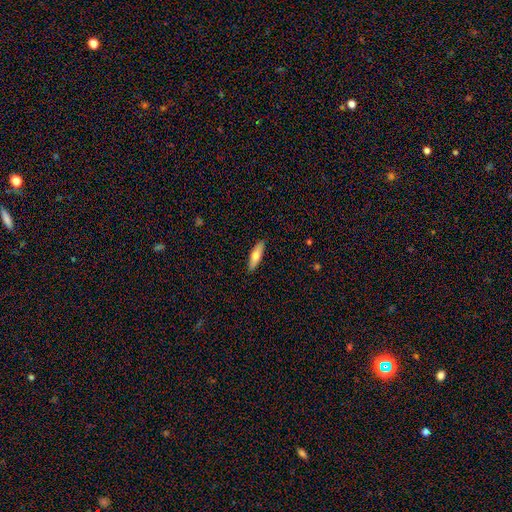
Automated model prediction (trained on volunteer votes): Smooth or featured?
  - smooth: 66% *
  - featured or disk: 28%
  - star or artifact: 6%
How rounded?
  - cigar-shaped: 63% *
  - in between: 35%
  - round: 2%
Merging?
  - none: 90% *
  - minor disturbance: 8%
  - major disturbance: 2%
  - merger: 1%